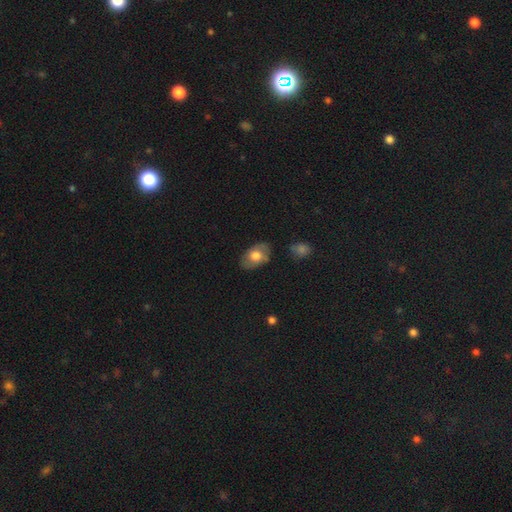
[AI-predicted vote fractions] A smooth galaxy with no disk features (63%) that is in between round and cigar-shaped (88%). Merging: none (76%).